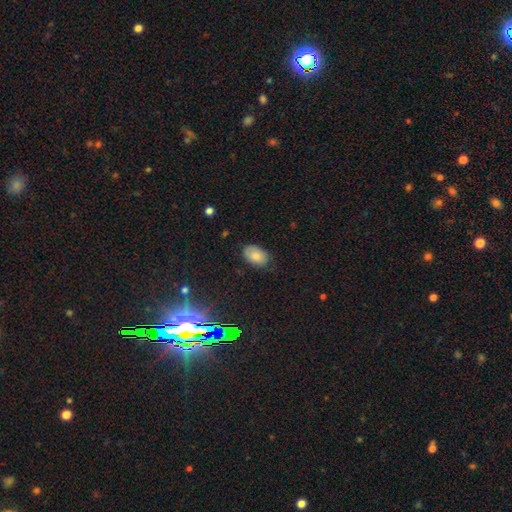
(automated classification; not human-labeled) smooth-or-featured: smooth: 82% | featured or disk: 9% | star or artifact: 9%
  how-rounded: in between: 91% | round: 8% | cigar-shaped: 1%
  merging: none: 76% | minor disturbance: 19% | major disturbance: 3% | merger: 1%